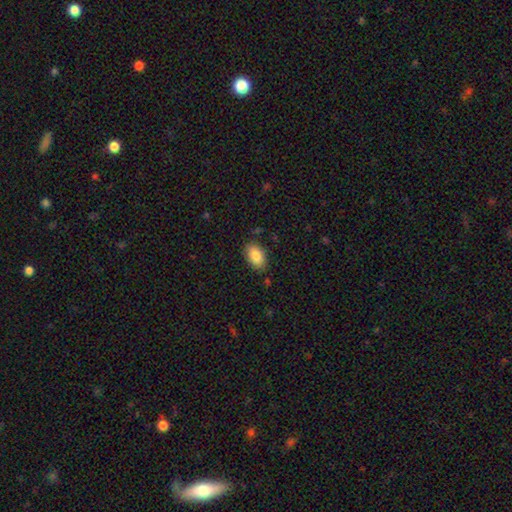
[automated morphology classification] type=smooth (87%); roundness=in between (93%); merging=none (83%).